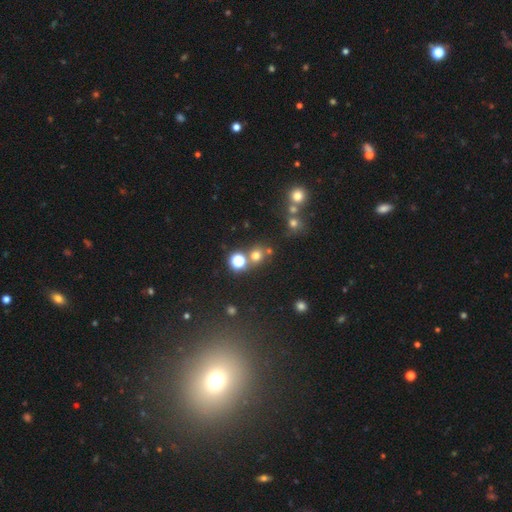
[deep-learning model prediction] smooth-or-featured: smooth: 63% | star or artifact: 28% | featured or disk: 9%
  how-rounded: round: 85% | in between: 14% | cigar-shaped: 1%
  merging: none: 68% | merger: 19% | minor disturbance: 9% | major disturbance: 4%